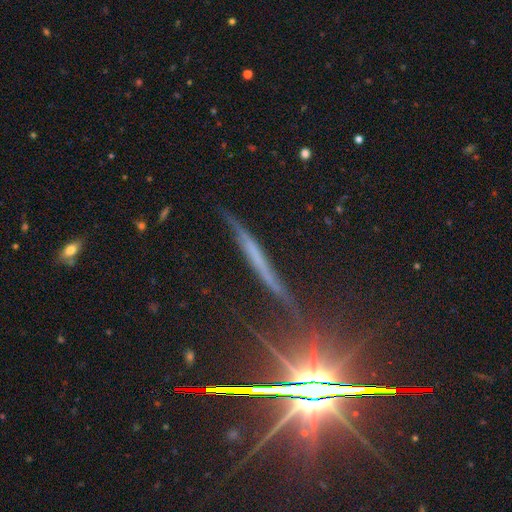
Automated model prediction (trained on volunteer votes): Q: Smooth or featured?
A: featured or disk (50%); runner-up: smooth (27%)
Q: Merging?
A: none (79%); runner-up: minor disturbance (15%)